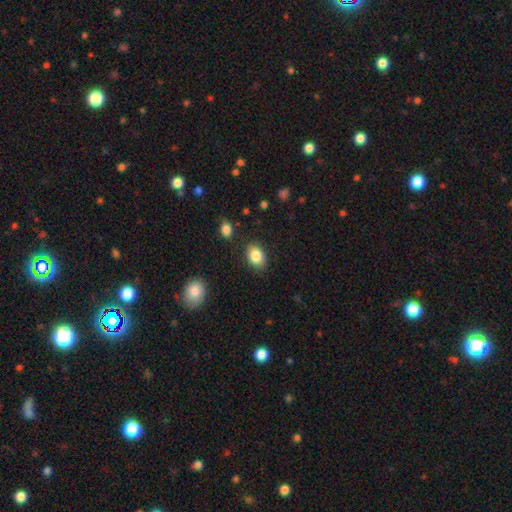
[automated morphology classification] Overall: smooth (85%). How rounded: in between (79%). Merging: none (83%).